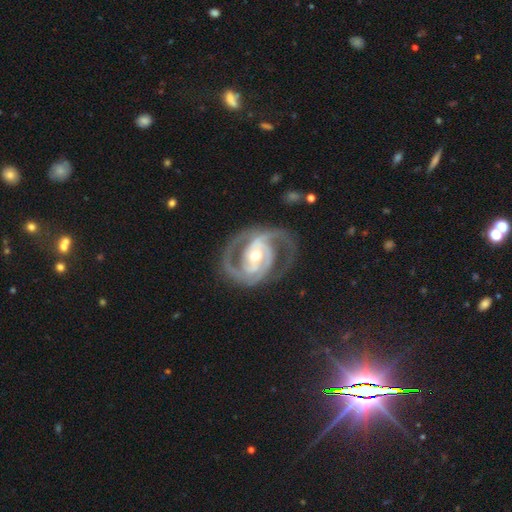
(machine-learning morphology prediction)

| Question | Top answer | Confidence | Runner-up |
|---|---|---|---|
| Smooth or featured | featured or disk | 92% | smooth (4%) |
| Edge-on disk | no | 98% | yes (2%) |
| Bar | no | 38% | weak (34%) |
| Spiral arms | yes | 97% | no (3%) |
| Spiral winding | medium | 48% | tight (42%) |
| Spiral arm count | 2 | 76% | 3 (12%) |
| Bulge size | moderate | 60% | small (34%) |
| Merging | none | 72% | minor disturbance (16%) |